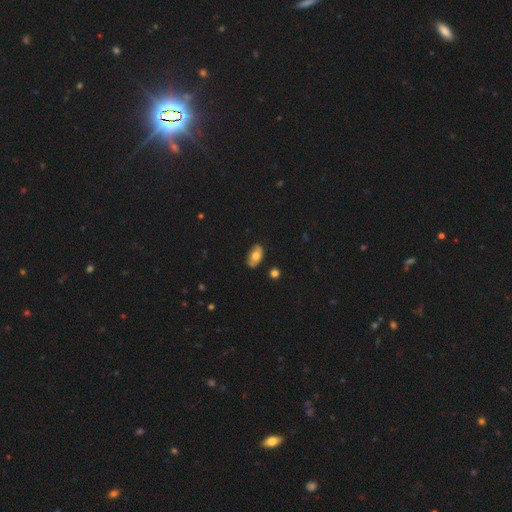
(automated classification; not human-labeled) This is likely a smooth galaxy (66%). How rounded: clearly in between (92%). Merging: clearly none (81%).